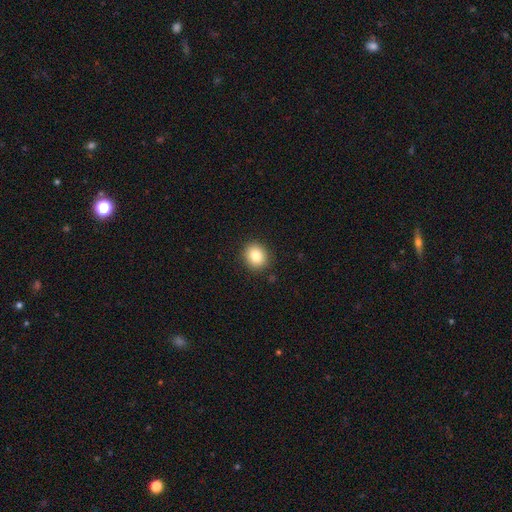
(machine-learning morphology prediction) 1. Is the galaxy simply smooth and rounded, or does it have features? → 84% smooth, 10% star or artifact, 7% featured or disk.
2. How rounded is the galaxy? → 74% round, 25% in between, 1% cigar-shaped.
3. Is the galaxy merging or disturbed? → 90% none, 7% minor disturbance, 2% major disturbance, 1% merger.